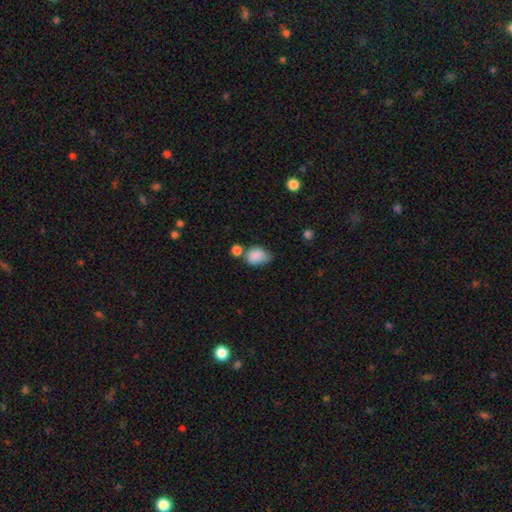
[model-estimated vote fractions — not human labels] This appears to be a smooth galaxy with no disk features (85%) that is in between round and cigar-shaped (73%). Merging: none (39%).